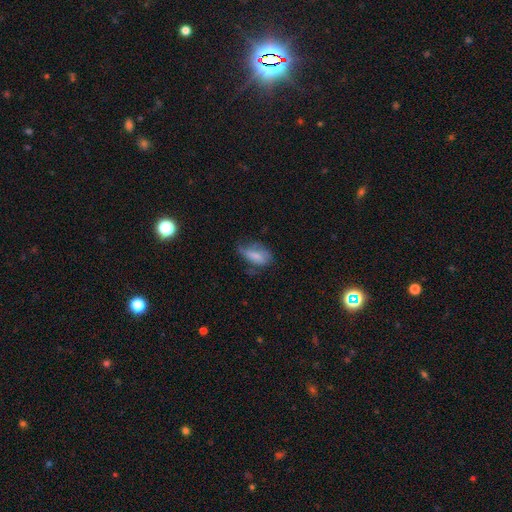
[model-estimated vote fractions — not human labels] Smooth or featured: smooth — 64% (featured or disk — 28%)
How rounded: in between — 87% (cigar-shaped — 7%)
Merging: none — 37% (minor disturbance — 36%)